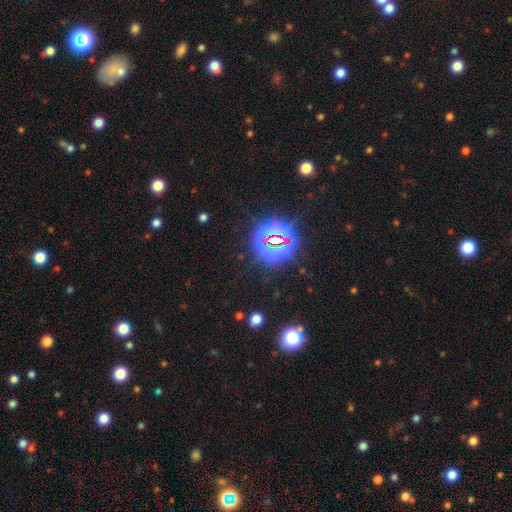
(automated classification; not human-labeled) Smooth or featured?
  - star or artifact: 83% *
  - smooth: 11%
  - featured or disk: 6%